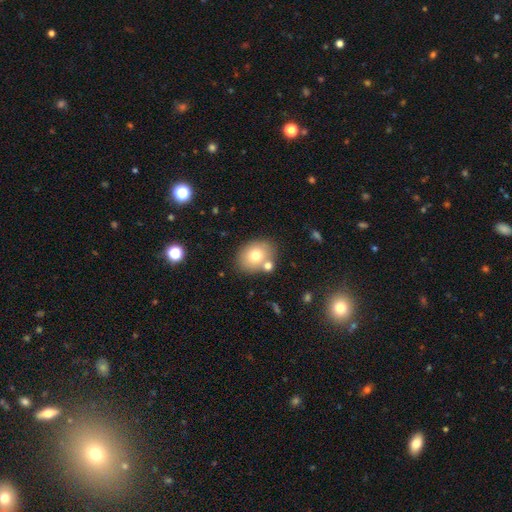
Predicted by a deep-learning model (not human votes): smooth 72%, featured or disk 18%, star or artifact 10%. Down the decision tree: how rounded — in between (51%); merging — none (70%).